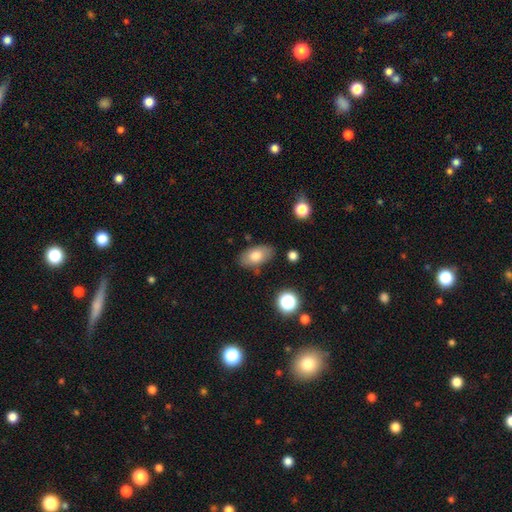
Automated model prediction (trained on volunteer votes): smooth 76%, featured or disk 16%, star or artifact 8%. Down the decision tree: how rounded — in between (92%); merging — none (81%).